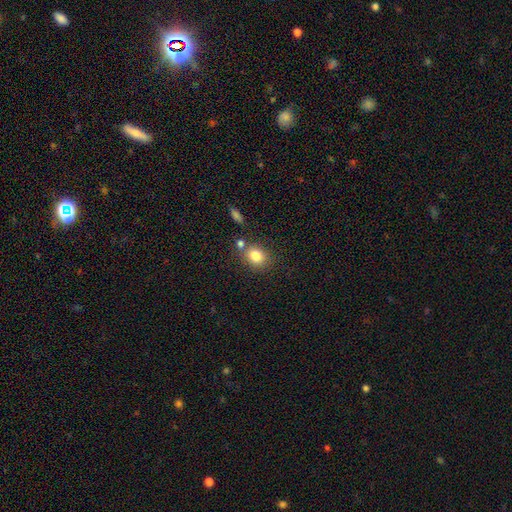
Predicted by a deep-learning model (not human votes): smooth-or-featured: smooth: 82% | star or artifact: 10% | featured or disk: 8%
  how-rounded: round: 57% | in between: 42% | cigar-shaped: 1%
  merging: none: 67% | merger: 16% | minor disturbance: 12% | major disturbance: 4%